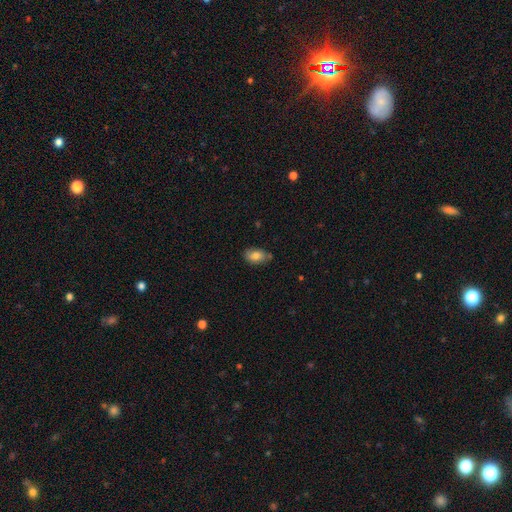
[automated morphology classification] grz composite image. It shows a smooth galaxy with no disk features (80%) that is in between round and cigar-shaped (91%). Merging: none (75%).